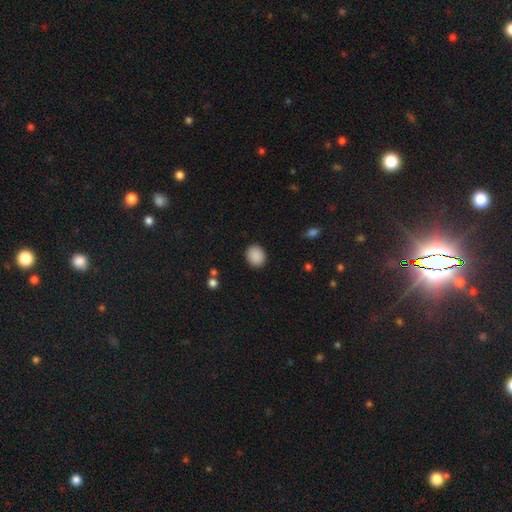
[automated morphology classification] Smooth or featured: smooth — 90% (star or artifact — 8%)
How rounded: round — 62% (in between — 38%)
Merging: none — 90% (minor disturbance — 7%)